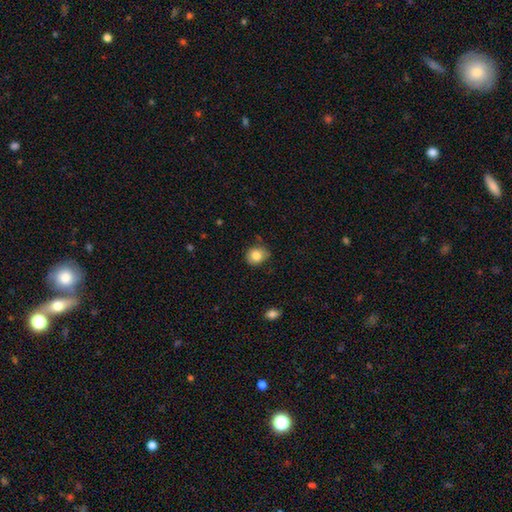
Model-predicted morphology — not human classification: A smooth galaxy with no disk features (82%) that is round (67%). Merging: none (75%).